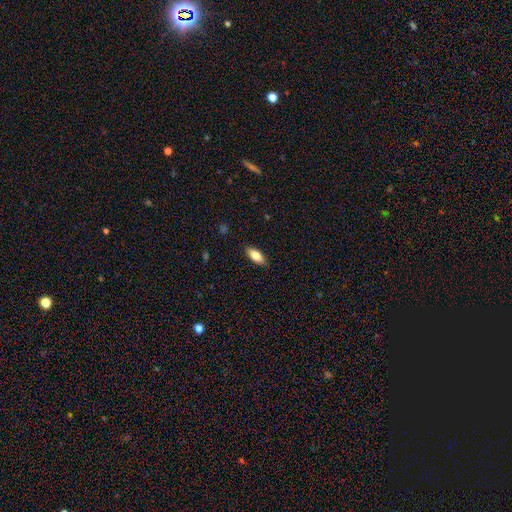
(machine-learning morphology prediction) The model was most divided on "smooth or featured": smooth: 79%, featured or disk: 14%, star or artifact: 6%. More confident: merging — none (88%); how rounded — in between (82%).